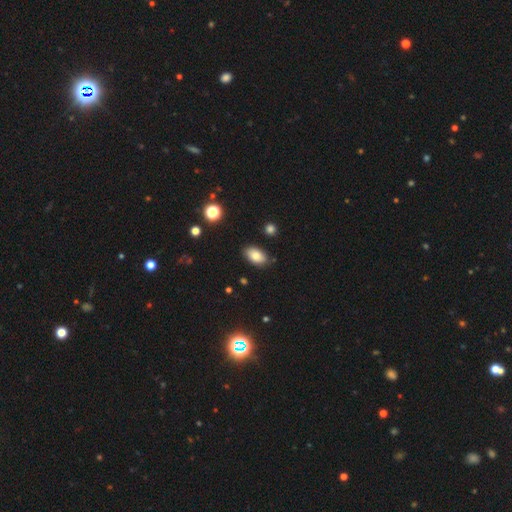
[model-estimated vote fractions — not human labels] Smooth or featured? Predicted: smooth (p=0.81). How rounded? Predicted: in between (p=0.91). Merging? Predicted: none (p=0.84).